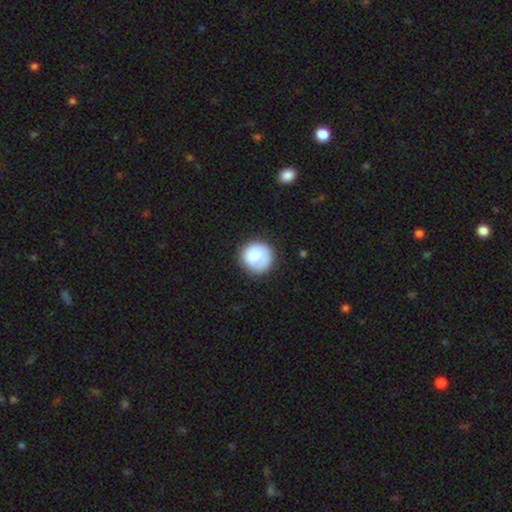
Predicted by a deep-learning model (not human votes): A smooth galaxy with no disk features (80%) that is round (92%).

Vote fractions:
- Smooth or featured? smooth: 80% / featured or disk: 13% / star or artifact: 7%
- How rounded? round: 92% / in between: 7% / cigar-shaped: 1%
- Merging? none: 74% / minor disturbance: 17% / major disturbance: 7% / merger: 2%